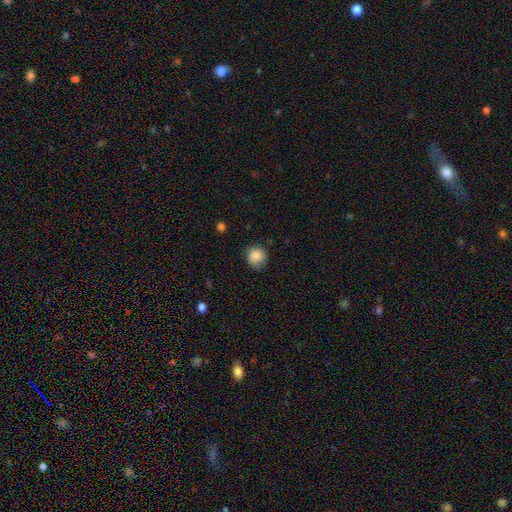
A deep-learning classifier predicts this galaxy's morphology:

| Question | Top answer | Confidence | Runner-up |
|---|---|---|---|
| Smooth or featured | smooth | 87% | star or artifact (8%) |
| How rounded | round | 84% | in between (15%) |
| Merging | none | 73% | minor disturbance (21%) |